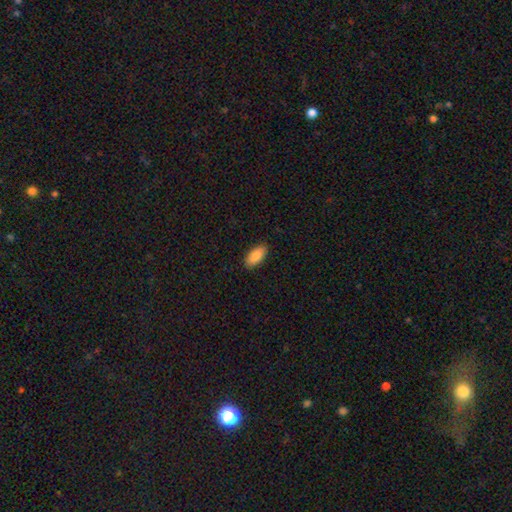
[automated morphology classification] smooth 87%, featured or disk 7%, star or artifact 6%. Down the decision tree: how rounded — in between (88%); merging — none (89%).